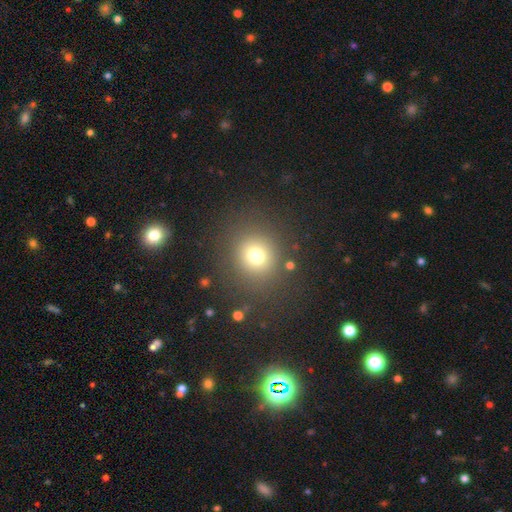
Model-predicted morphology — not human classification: Smooth or featured? smooth (73%)
How rounded? round (88%)
Merging? none (84%)